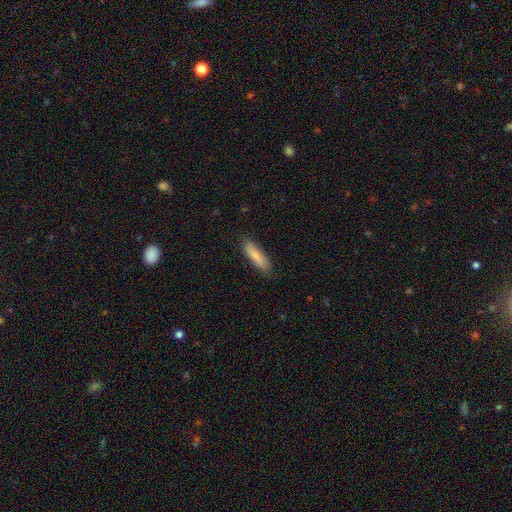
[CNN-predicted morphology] smooth_or_featured: smooth (p=0.83) [alt: featured or disk p=0.11]
how_rounded: cigar-shaped (p=0.63) [alt: in between p=0.35]
merging: none (p=0.85) [alt: minor disturbance p=0.12]